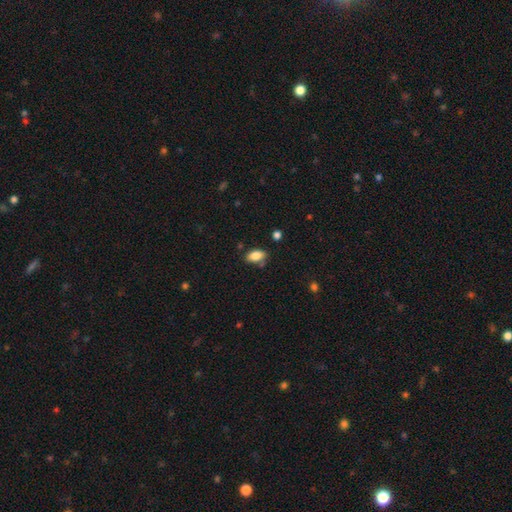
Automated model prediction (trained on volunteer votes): smooth-or-featured: smooth: 84% | featured or disk: 8% | star or artifact: 8%
  how-rounded: in between: 91% | round: 5% | cigar-shaped: 4%
  merging: none: 77% | minor disturbance: 15% | merger: 5% | major disturbance: 3%